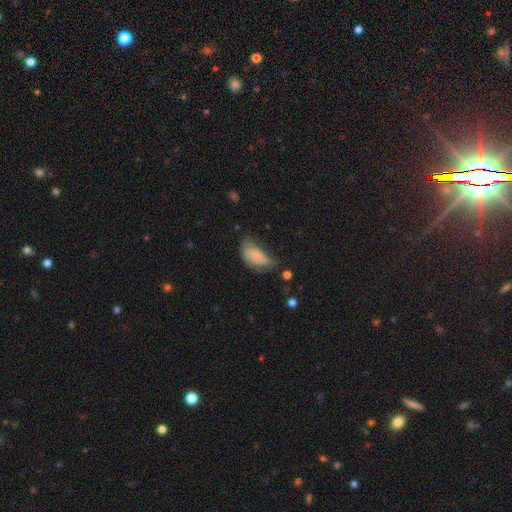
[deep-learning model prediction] The model was most divided on "merging": minor disturbance: 41%, major disturbance: 29%, none: 26%, merger: 4%. More confident: how rounded — in between (93%); smooth or featured — smooth (76%).